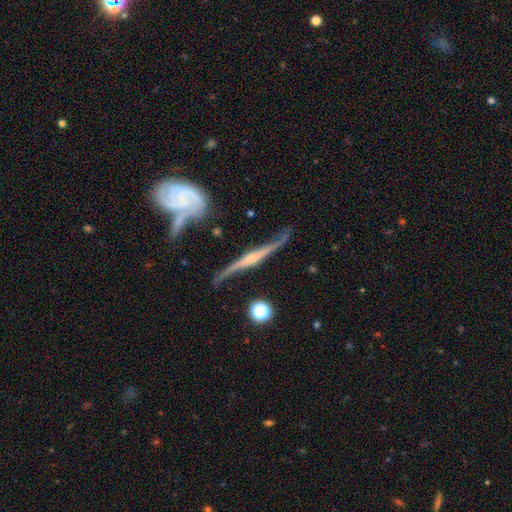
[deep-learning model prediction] Q: Smooth or featured?
A: featured or disk (85%); runner-up: smooth (9%)
Q: Edge-on disk?
A: yes (81%); runner-up: no (19%)
Q: Edge-on bulge?
A: rounded (61%); runner-up: none (23%)
Q: Merging?
A: none (67%); runner-up: minor disturbance (19%)